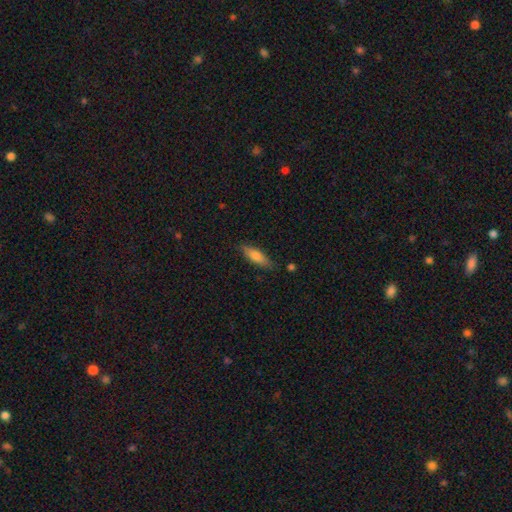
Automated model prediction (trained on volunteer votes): Smooth or featured? Predicted: smooth (p=0.69). How rounded? Predicted: cigar-shaped (p=0.56). Merging? Predicted: none (p=0.84).